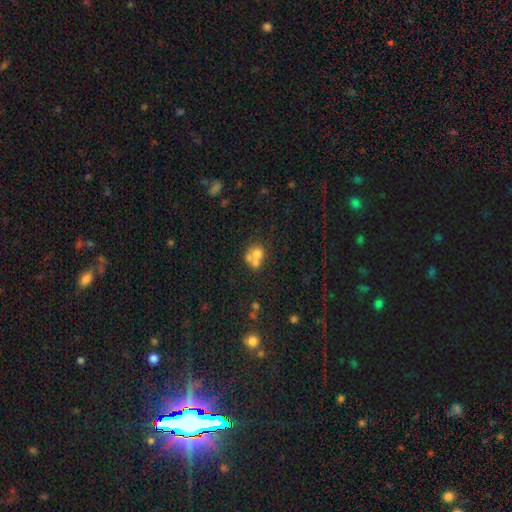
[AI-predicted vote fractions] Smooth or featured: smooth — 60% (featured or disk — 27%)
How rounded: round — 68% (in between — 31%)
Merging: merger — 57% (none — 28%)